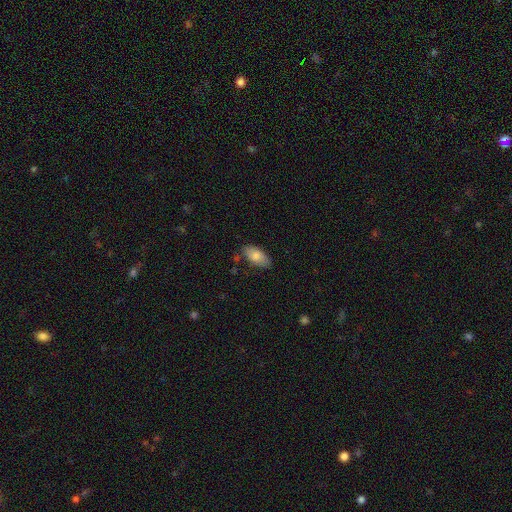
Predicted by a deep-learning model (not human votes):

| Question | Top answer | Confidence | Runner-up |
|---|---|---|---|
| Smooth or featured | smooth | 80% | featured or disk (13%) |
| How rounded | in between | 91% | cigar-shaped (6%) |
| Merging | none | 77% | minor disturbance (17%) |